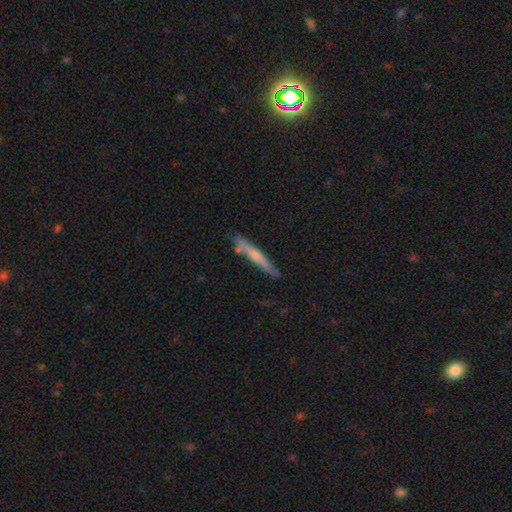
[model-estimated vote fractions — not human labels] Q: Smooth or featured?
A: smooth (57%); runner-up: featured or disk (37%)
Q: How rounded?
A: cigar-shaped (95%); runner-up: in between (4%)
Q: Merging?
A: none (74%); runner-up: minor disturbance (17%)